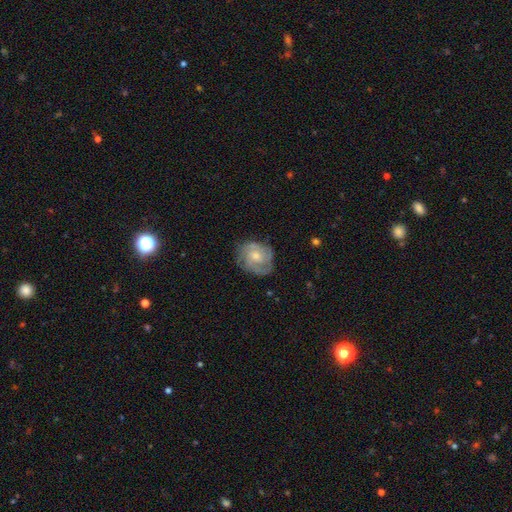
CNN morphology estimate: Q: Smooth or featured?
A: featured or disk (67%); runner-up: smooth (27%)
Q: Edge-on disk?
A: no (97%); runner-up: yes (3%)
Q: Bar?
A: no (72%); runner-up: weak (25%)
Q: Spiral arms?
A: yes (87%); runner-up: no (13%)
Q: Spiral winding?
A: tight (52%); runner-up: medium (37%)
Q: Spiral arm count?
A: 2 (31%); tied with: can't tell (31%)
Q: Bulge size?
A: moderate (50%); runner-up: small (42%)
Q: Merging?
A: none (69%); runner-up: minor disturbance (22%)